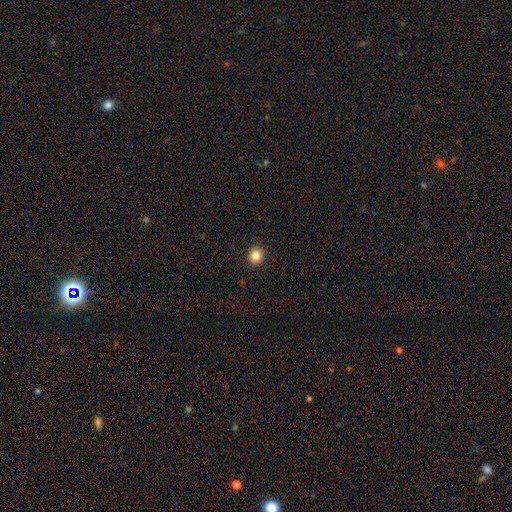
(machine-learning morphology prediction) Smooth or featured? Predicted: smooth (p=0.84). How rounded? Predicted: round (p=0.82). Merging? Predicted: none (p=0.93).